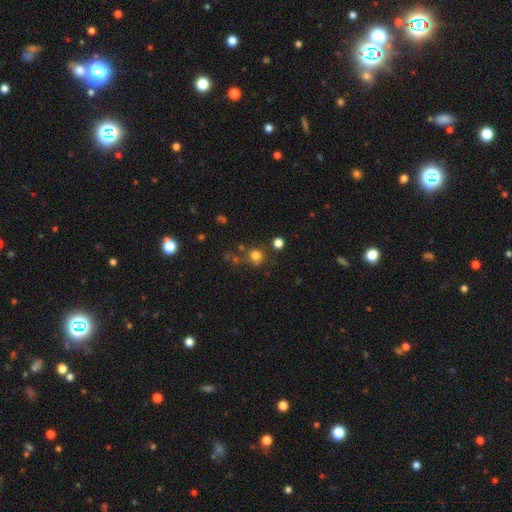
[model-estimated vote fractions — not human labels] smooth_or_featured: smooth (p=0.74) [alt: star or artifact p=0.17]
how_rounded: round (p=0.87) [alt: in between p=0.12]
merging: none (p=0.64) [alt: merger p=0.14]